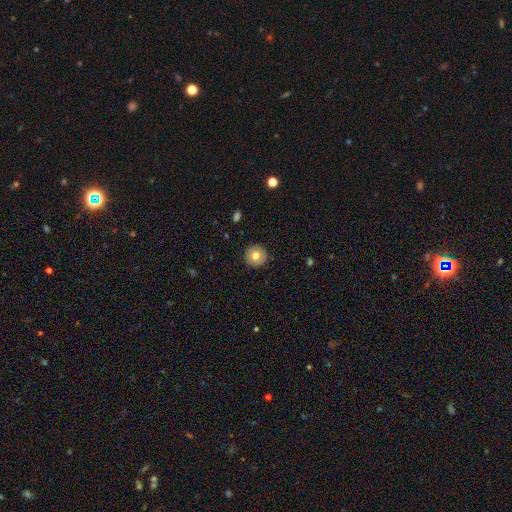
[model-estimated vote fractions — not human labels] Smooth or featured? smooth (78%)
How rounded? round (94%)
Merging? none (91%)